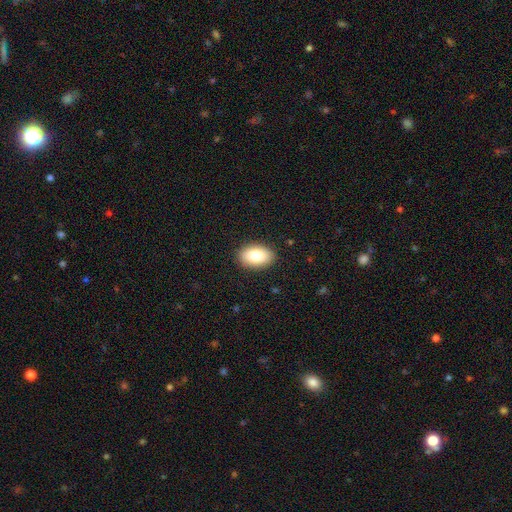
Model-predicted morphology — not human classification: smooth_or_featured: smooth (p=0.82) [alt: featured or disk p=0.11]
how_rounded: in between (p=0.91) [alt: round p=0.08]
merging: none (p=0.89) [alt: minor disturbance p=0.08]